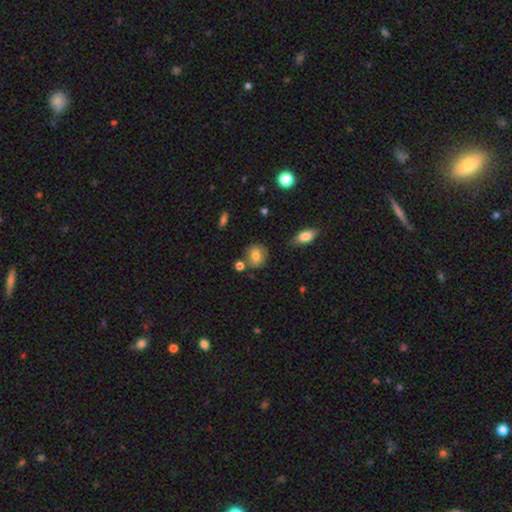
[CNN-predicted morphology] Smooth or featured?
  - smooth: 76% *
  - featured or disk: 14%
  - star or artifact: 10%
How rounded?
  - round: 64% *
  - in between: 34%
  - cigar-shaped: 2%
Merging?
  - none: 70% *
  - minor disturbance: 15%
  - merger: 10%
  - major disturbance: 4%